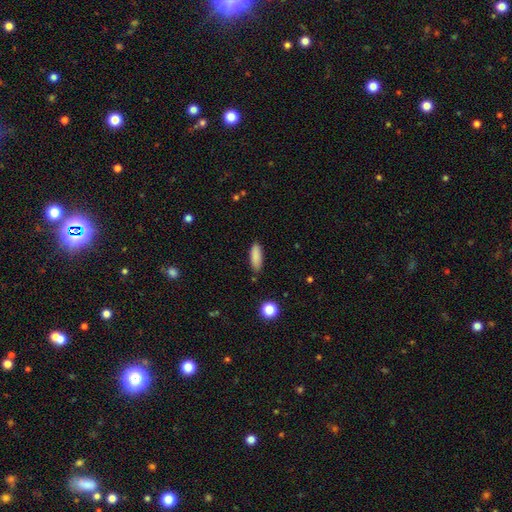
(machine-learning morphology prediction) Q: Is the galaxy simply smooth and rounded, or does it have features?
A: smooth — 87%.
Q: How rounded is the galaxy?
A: in between — 55%.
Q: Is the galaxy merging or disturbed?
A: none — 85%.